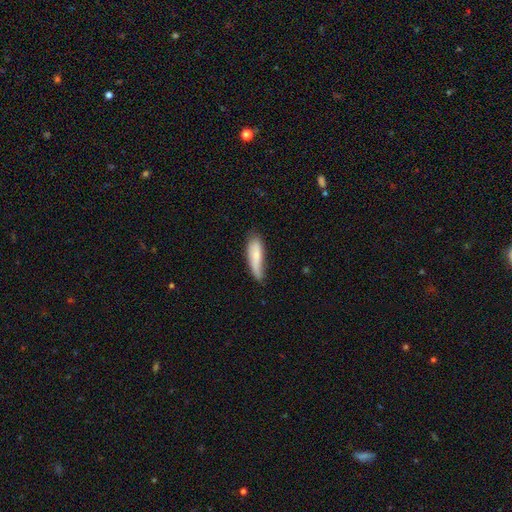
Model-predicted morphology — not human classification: Smooth or featured? smooth (75%)
How rounded? cigar-shaped (60%)
Merging? none (55%)